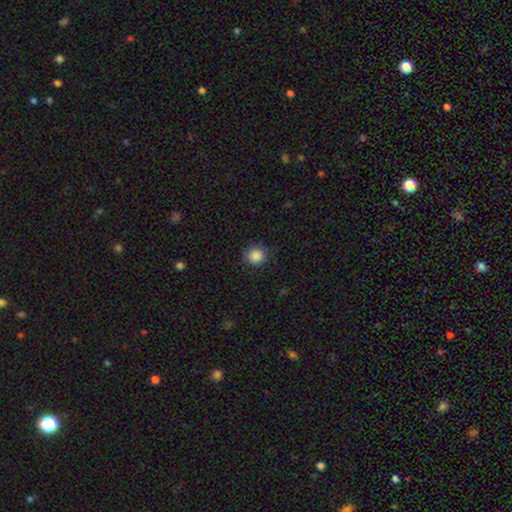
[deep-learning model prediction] Overall: smooth (86%). How rounded: round (90%). Merging: none (85%).